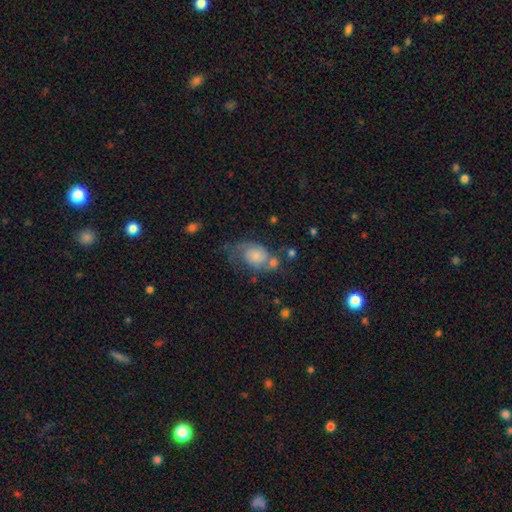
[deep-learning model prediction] A featured or disk galaxy (51%).

Vote fractions:
- Smooth or featured? featured or disk: 51% / smooth: 40% / star or artifact: 9%
- Edge-on disk? no: 97% / yes: 3%
- Merging? none: 35% / major disturbance: 26% / minor disturbance: 25% / merger: 14%